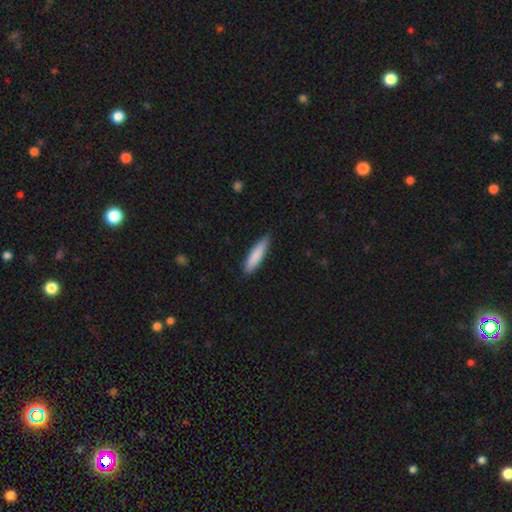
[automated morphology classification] A smooth galaxy with no disk features (85%) that is cigar-shaped (76%). Merging: none (85%).